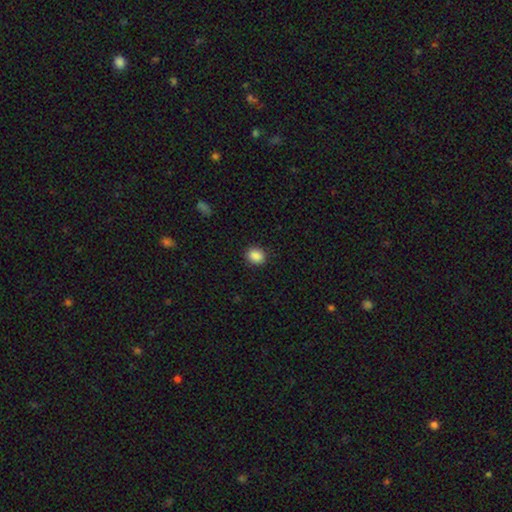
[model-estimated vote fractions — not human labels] The model was most divided on "how rounded": round: 59%, in between: 40%, cigar-shaped: 1%. More confident: merging — none (90%); smooth or featured — smooth (88%).